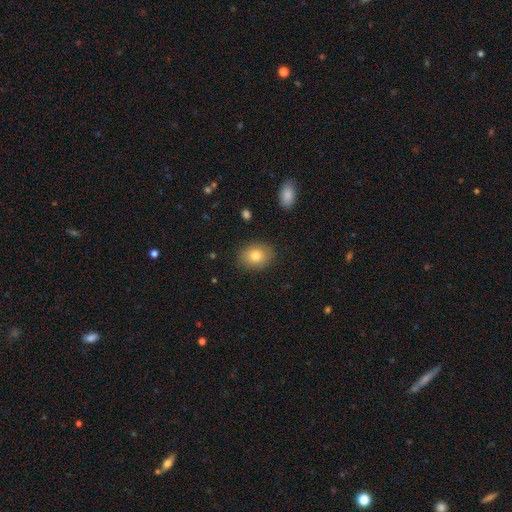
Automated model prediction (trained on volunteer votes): This is likely a smooth galaxy (79%). How rounded: possibly in between (57%). Merging: clearly none (87%).